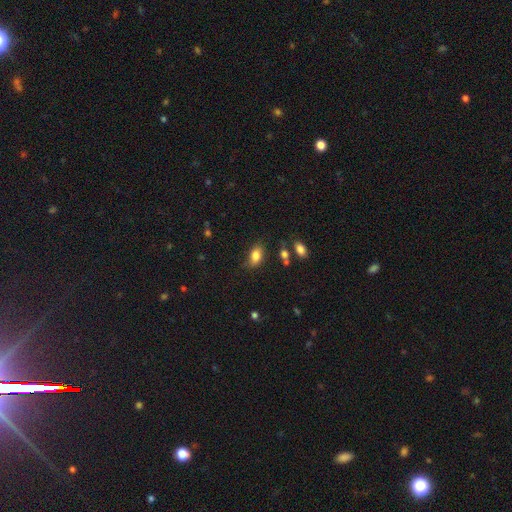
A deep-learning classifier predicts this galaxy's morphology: Q: Smooth or featured?
A: smooth (82%); runner-up: featured or disk (9%)
Q: How rounded?
A: in between (88%); runner-up: round (9%)
Q: Merging?
A: none (73%); runner-up: minor disturbance (18%)